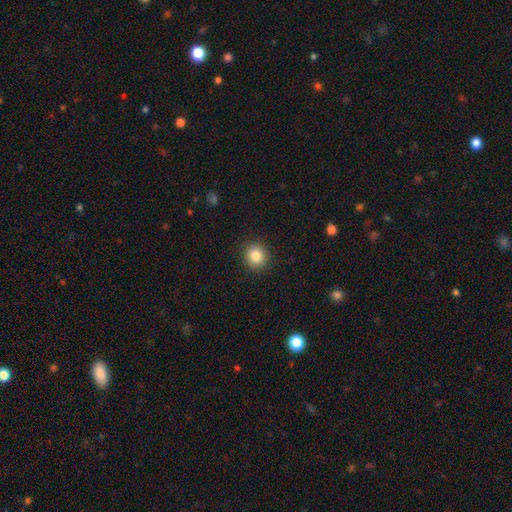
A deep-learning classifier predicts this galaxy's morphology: type=smooth (85%); roundness=round (88%); merging=none (91%).